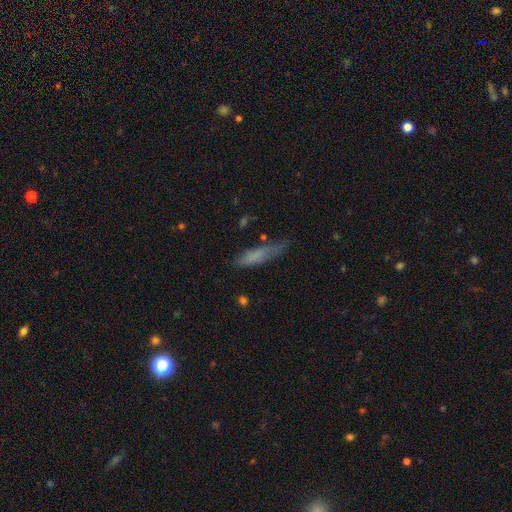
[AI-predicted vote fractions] Morphology: type=smooth (71%); roundness=cigar-shaped (73%); merging=none (53%).